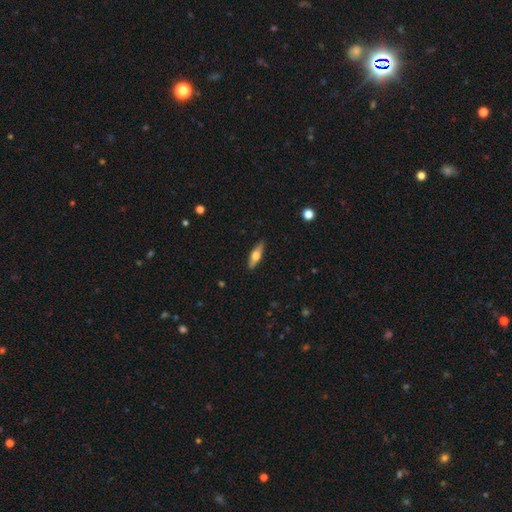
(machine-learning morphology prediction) A smooth galaxy with no disk features (53%) that is cigar-shaped (55%). Merging: none (88%).